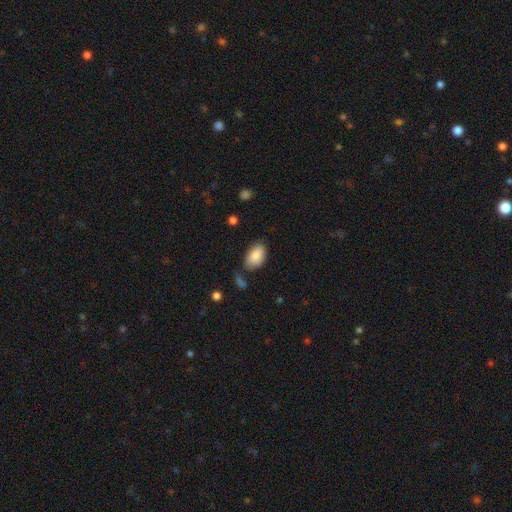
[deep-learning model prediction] Smooth or featured? smooth (86%)
How rounded? in between (92%)
Merging? none (71%)